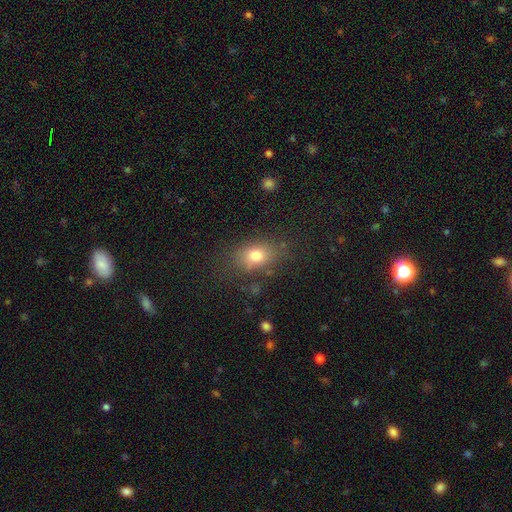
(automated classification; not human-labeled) smooth-or-featured: smooth: 76% | star or artifact: 12% | featured or disk: 11%
  how-rounded: in between: 68% | round: 30% | cigar-shaped: 2%
  merging: none: 74% | minor disturbance: 16% | major disturbance: 7% | merger: 2%